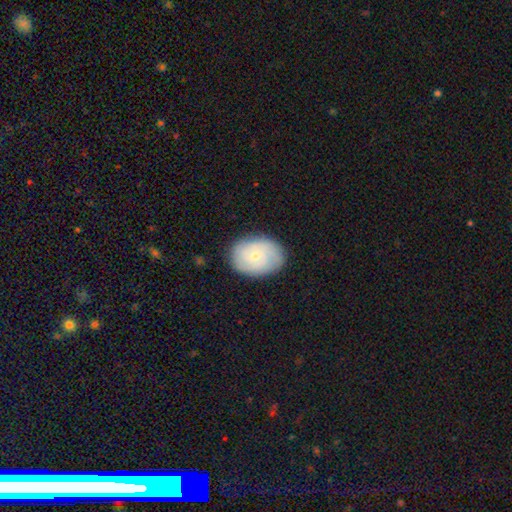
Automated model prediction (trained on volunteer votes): A featured or disk galaxy (59%) with no bar (74%), spiral arms (86%) and a small central bulge (73%).

Vote fractions:
- Smooth or featured? featured or disk: 59% / smooth: 34% / star or artifact: 7%
- Edge-on disk? no: 97% / yes: 3%
- Bar? no: 74% / weak: 23% / strong: 3%
- Spiral arms? yes: 86% / no: 14%
- Bulge size? small: 73% / moderate: 24% / none: 1% / large: 1% / dominant: 1%
- Merging? none: 84% / minor disturbance: 12% / major disturbance: 3% / merger: 1%